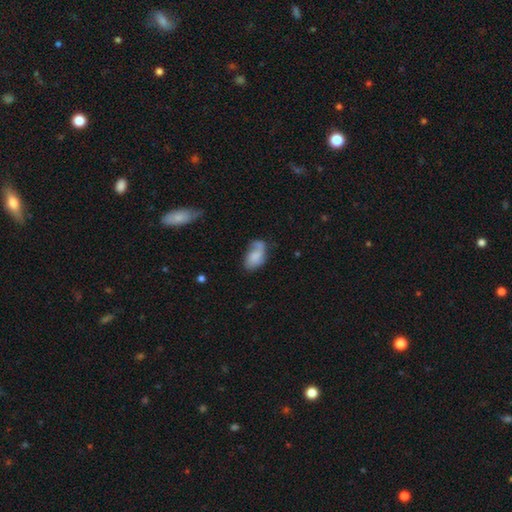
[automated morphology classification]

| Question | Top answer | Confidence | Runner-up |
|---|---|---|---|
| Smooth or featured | smooth | 62% | featured or disk (30%) |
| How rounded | in between | 90% | round (7%) |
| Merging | none | 41% | minor disturbance (30%) |